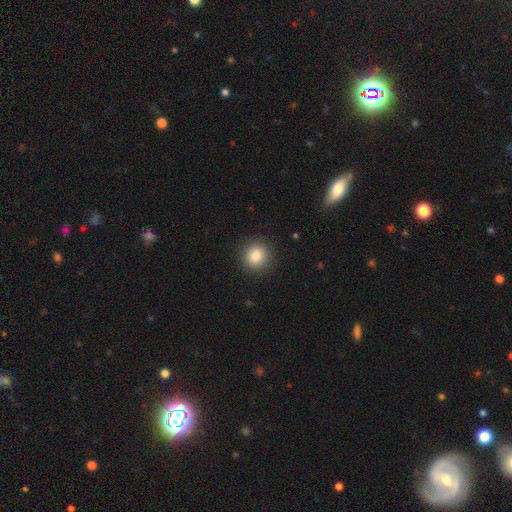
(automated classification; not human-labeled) Smooth or featured?
  - smooth: 85% *
  - star or artifact: 10%
  - featured or disk: 5%
How rounded?
  - round: 91% *
  - in between: 8%
  - cigar-shaped: 1%
Merging?
  - none: 91% *
  - minor disturbance: 6%
  - major disturbance: 2%
  - merger: 1%